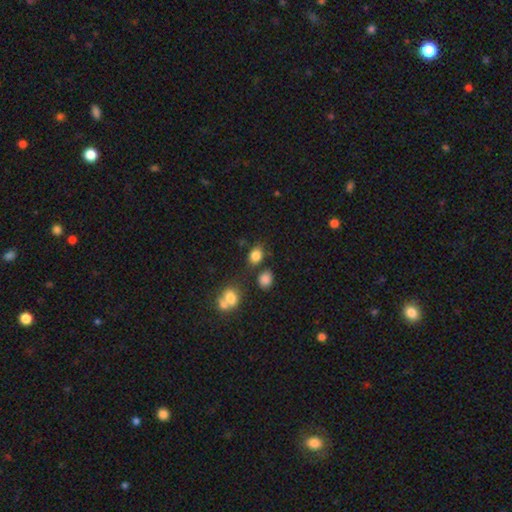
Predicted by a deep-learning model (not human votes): Q: Smooth or featured?
A: smooth (83%); runner-up: star or artifact (11%)
Q: How rounded?
A: in between (54%); runner-up: round (45%)
Q: Merging?
A: none (70%); runner-up: minor disturbance (15%)